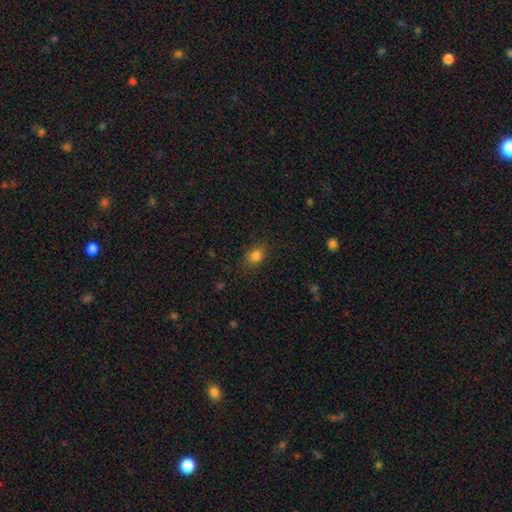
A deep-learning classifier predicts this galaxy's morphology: Smooth or featured? smooth (83%)
How rounded? in between (51%)
Merging? none (82%)